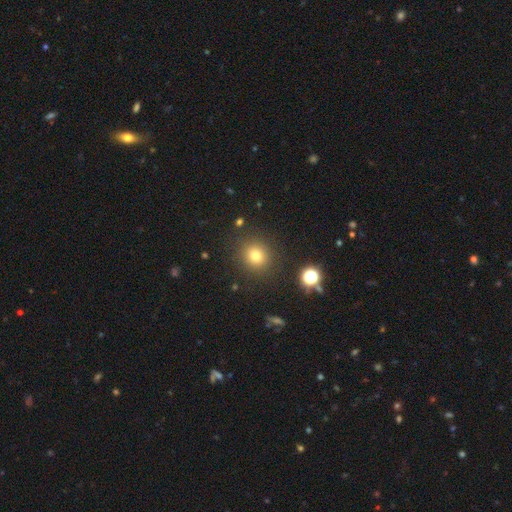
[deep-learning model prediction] This is likely a smooth galaxy (76%). How rounded: clearly round (89%). Merging: clearly none (88%).